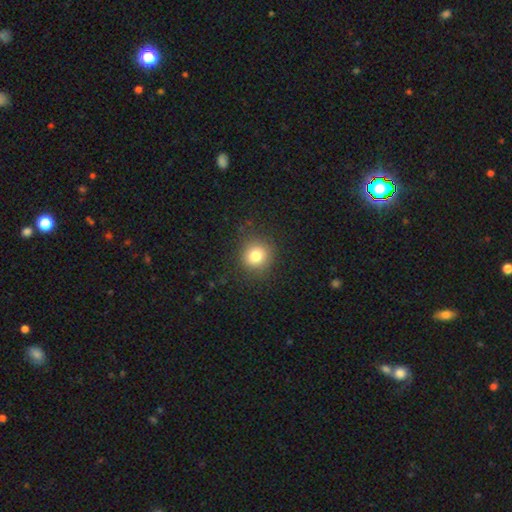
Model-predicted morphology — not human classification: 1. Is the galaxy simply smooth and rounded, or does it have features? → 81% smooth, 12% star or artifact, 8% featured or disk.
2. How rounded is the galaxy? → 88% round, 11% in between, 1% cigar-shaped.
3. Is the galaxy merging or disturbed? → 87% none, 9% minor disturbance, 3% major disturbance, 1% merger.